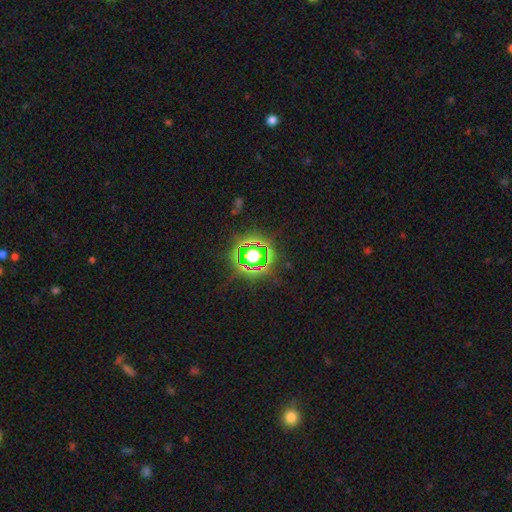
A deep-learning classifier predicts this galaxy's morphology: A star or artifact, not a galaxy (63%).